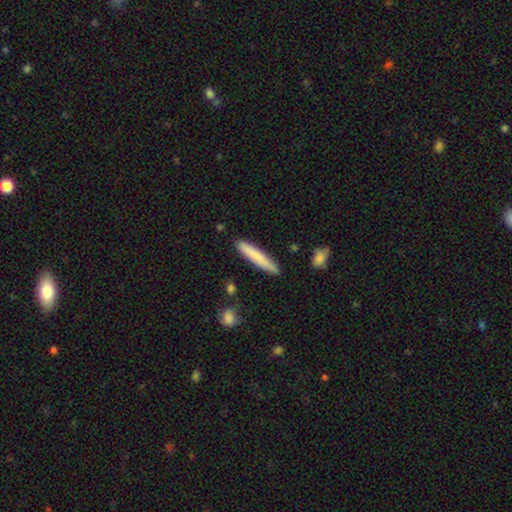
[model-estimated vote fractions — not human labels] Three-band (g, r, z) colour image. It shows a smooth galaxy with no disk features (77%) that is cigar-shaped (93%). Merging: none (86%).